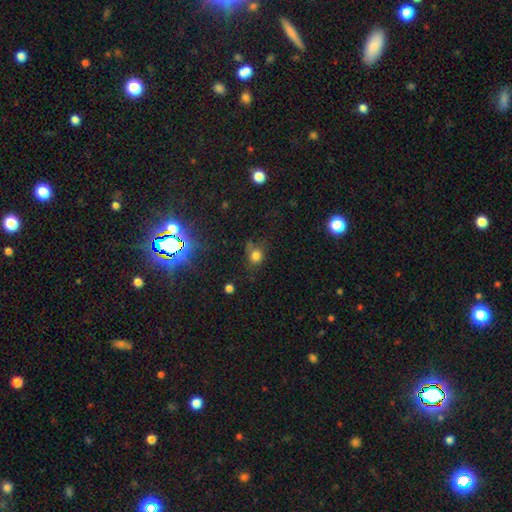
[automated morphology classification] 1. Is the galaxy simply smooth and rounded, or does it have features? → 71% smooth, 20% star or artifact, 8% featured or disk.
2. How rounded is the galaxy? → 73% round, 25% in between, 2% cigar-shaped.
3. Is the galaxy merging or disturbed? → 61% none, 22% minor disturbance, 11% major disturbance, 7% merger.